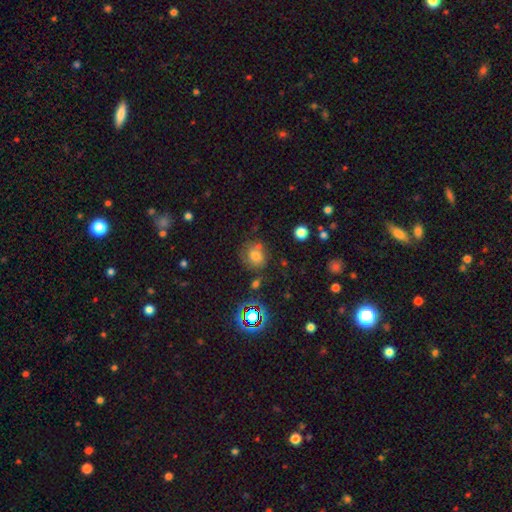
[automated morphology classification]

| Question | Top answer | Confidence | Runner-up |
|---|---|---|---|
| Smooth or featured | smooth | 67% | star or artifact (18%) |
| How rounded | round | 74% | in between (25%) |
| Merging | none | 63% | minor disturbance (20%) |